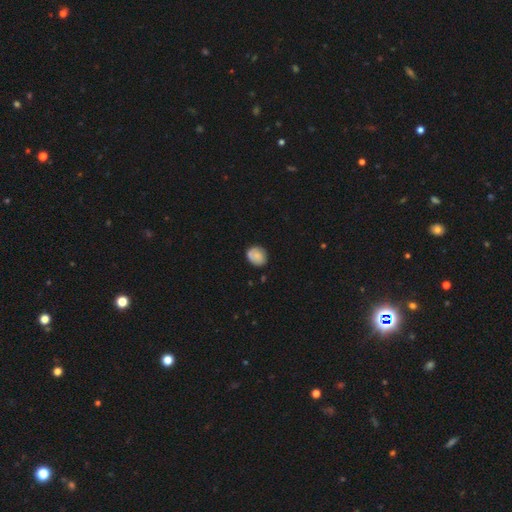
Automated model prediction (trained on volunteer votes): A smooth galaxy with no disk features (75%) that is round (71%).

Vote fractions:
- Smooth or featured? smooth: 75% / featured or disk: 17% / star or artifact: 8%
- How rounded? round: 71% / in between: 28% / cigar-shaped: 1%
- Merging? none: 74% / minor disturbance: 19% / major disturbance: 4% / merger: 3%